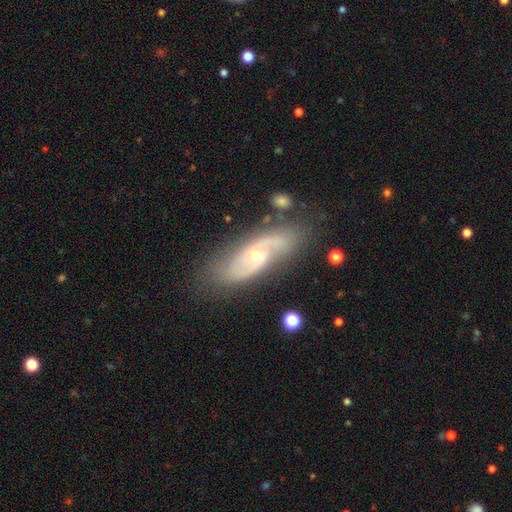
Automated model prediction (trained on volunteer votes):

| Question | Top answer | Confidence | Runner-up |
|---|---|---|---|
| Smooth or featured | featured or disk | 82% | smooth (12%) |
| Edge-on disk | no | 91% | yes (9%) |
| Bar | no | 47% | weak (44%) |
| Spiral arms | yes | 94% | no (6%) |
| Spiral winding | medium | 47% | loose (31%) |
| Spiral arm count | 2 | 80% | can't tell (11%) |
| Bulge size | small | 60% | moderate (36%) |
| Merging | none | 73% | minor disturbance (17%) |